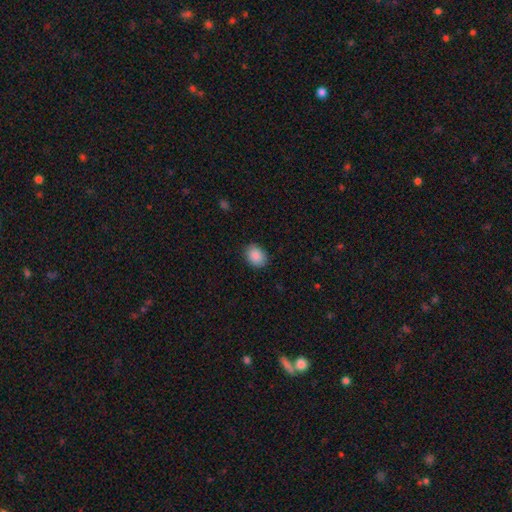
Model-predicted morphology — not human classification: The model was most divided on "how rounded": in between: 60%, round: 39%, cigar-shaped: 1%. More confident: smooth or featured — smooth (89%); merging — none (88%).